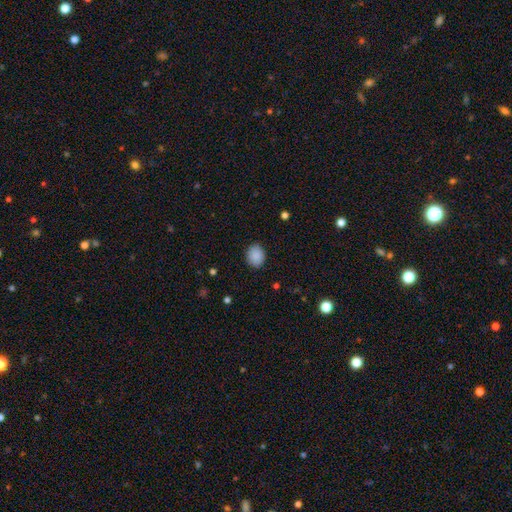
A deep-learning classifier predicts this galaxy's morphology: smooth 89%, star or artifact 8%, featured or disk 3%. Down the decision tree: how rounded — round (53%); merging — none (88%).